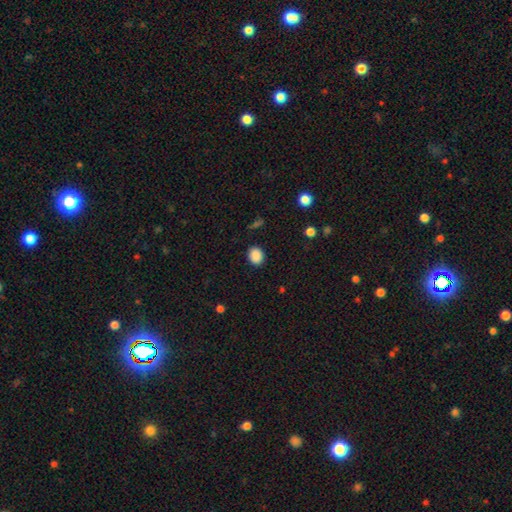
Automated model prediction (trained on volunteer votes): Overall: smooth (88%). How rounded: round (62%; in between 38%). Merging: none (89%).